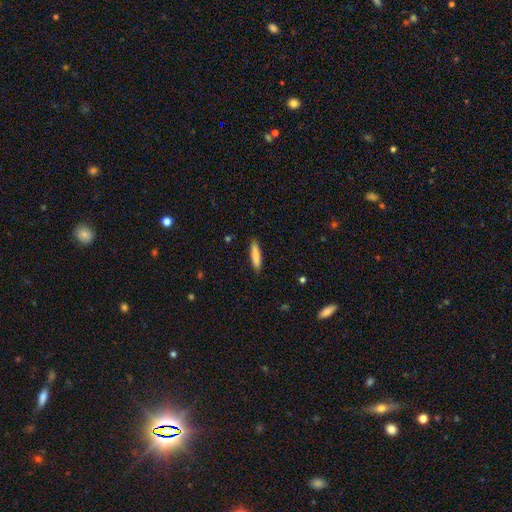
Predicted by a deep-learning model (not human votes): This appears to be a smooth galaxy with no disk features (84%) that is cigar-shaped (78%). Merging: none (89%).